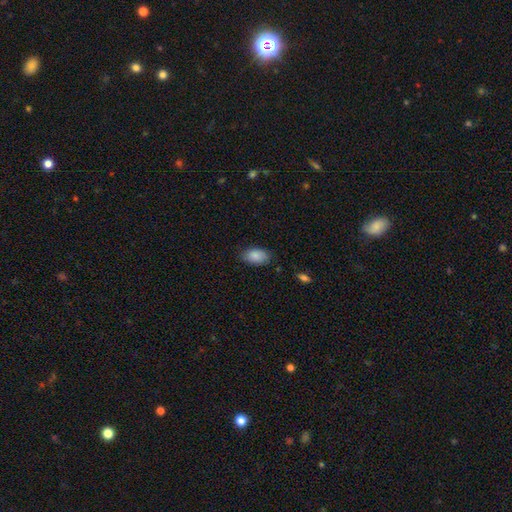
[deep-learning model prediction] Smooth or featured? Predicted: smooth (p=0.87). How rounded? Predicted: in between (p=0.93). Merging? Predicted: none (p=0.80).